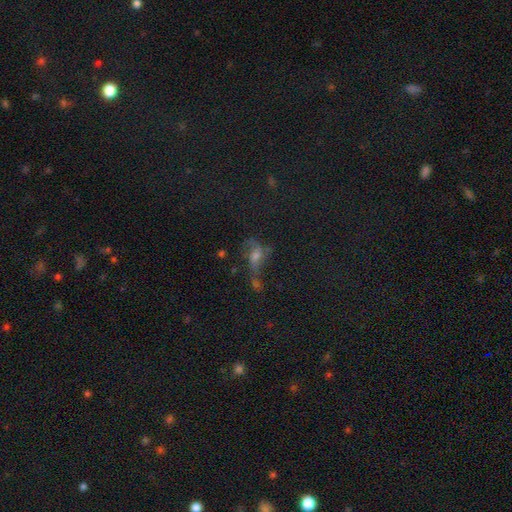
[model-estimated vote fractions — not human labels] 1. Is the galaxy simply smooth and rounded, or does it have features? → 35% star or artifact, 34% smooth, 32% featured or disk.